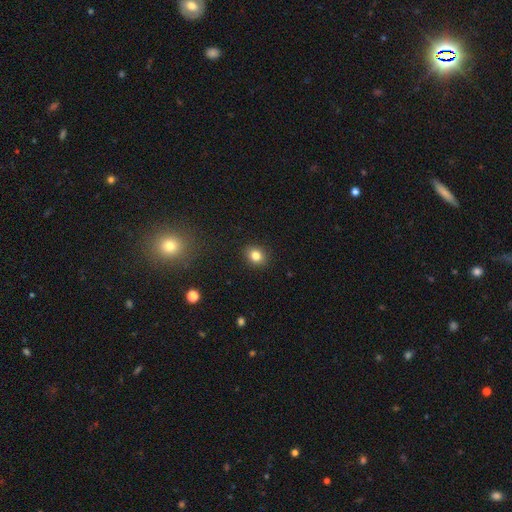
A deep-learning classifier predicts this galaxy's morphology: smooth 82%, star or artifact 11%, featured or disk 7%. Down the decision tree: how rounded — round (62%); merging — none (90%).